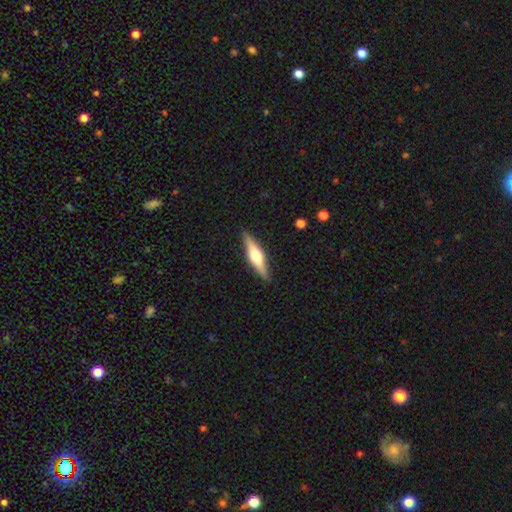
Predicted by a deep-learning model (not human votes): Smooth or featured: featured or disk — 60% (smooth — 35%)
Edge-on disk: yes — 96% (no — 4%)
Edge-on bulge: rounded — 89% (boxy — 8%)
Merging: none — 90% (minor disturbance — 8%)